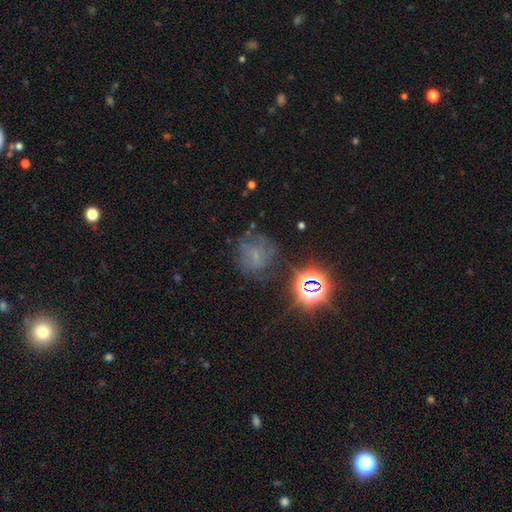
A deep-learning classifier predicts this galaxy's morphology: Smooth or featured?
  - star or artifact: 38% *
  - featured or disk: 33%
  - smooth: 29%